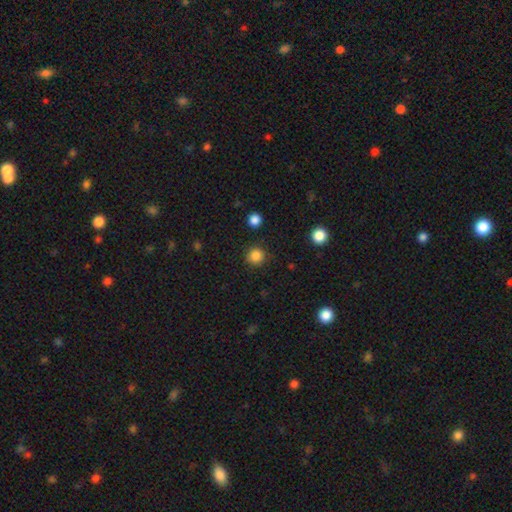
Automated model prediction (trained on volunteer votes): A smooth galaxy with no disk features (85%) that is round (94%). Merging: none (88%).